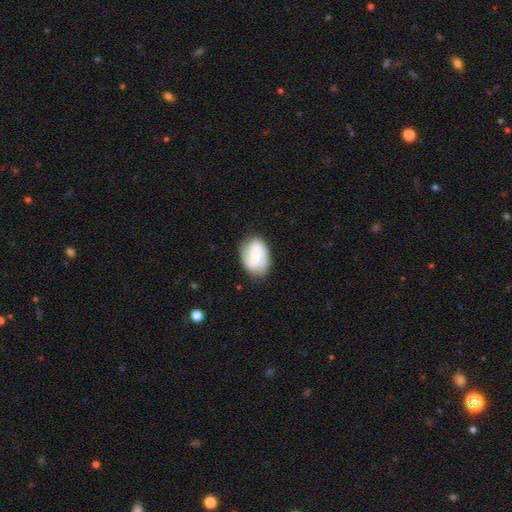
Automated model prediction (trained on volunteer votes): The model was most divided on "smooth or featured": featured or disk: 49%, smooth: 44%, star or artifact: 6%. More confident: merging — none (75%).